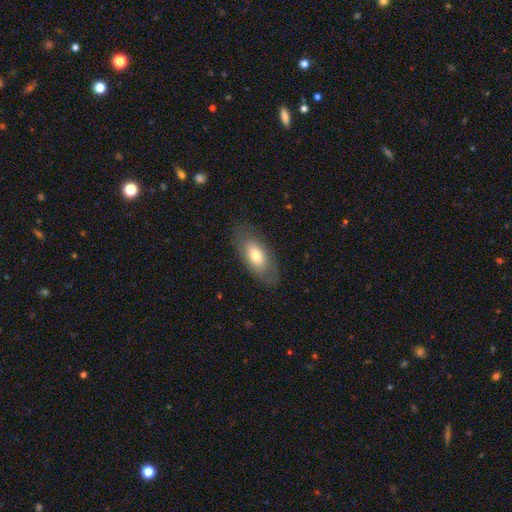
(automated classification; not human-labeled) This is likely a smooth galaxy (66%). How rounded: clearly in between (89%). Merging: likely none (80%).